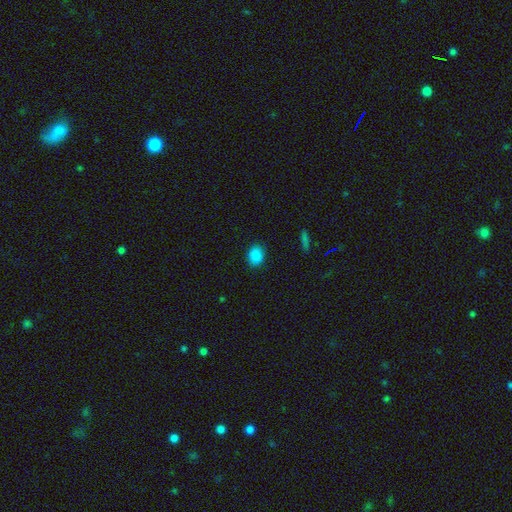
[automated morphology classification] This appears to be a smooth galaxy with no disk features (87%) that is in between round and cigar-shaped (62%). Merging: none (88%).